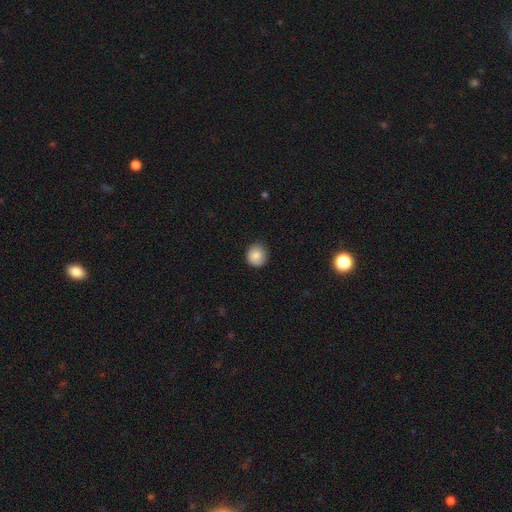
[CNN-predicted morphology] Smooth or featured? Predicted: smooth (p=0.85). How rounded? Predicted: round (p=0.89). Merging? Predicted: none (p=0.85).